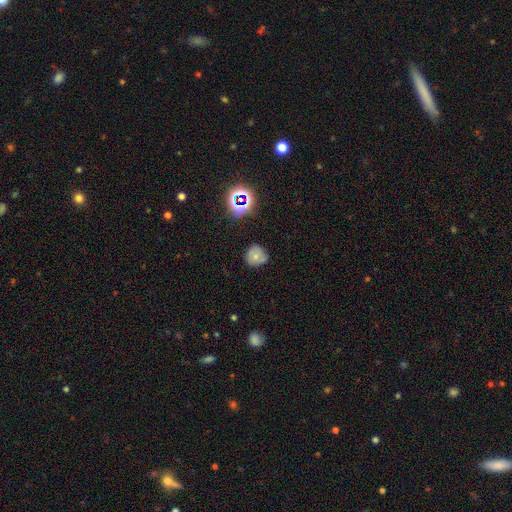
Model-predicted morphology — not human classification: A smooth galaxy with no disk features (63%) that is round (88%). Merging: none (70%).